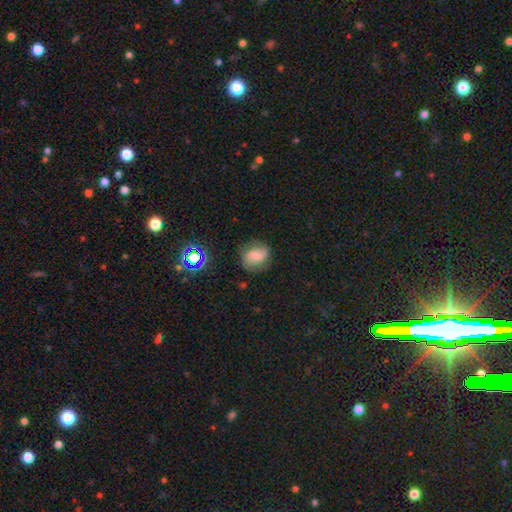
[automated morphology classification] smooth_or_featured: featured or disk (p=0.45) [alt: smooth p=0.42]
merging: none (p=0.71) [alt: minor disturbance p=0.20]